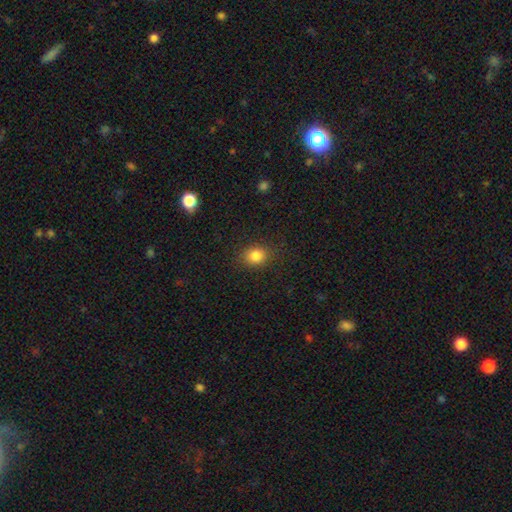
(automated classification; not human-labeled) Smooth or featured? smooth (84%)
How rounded? round (59%)
Merging? none (86%)